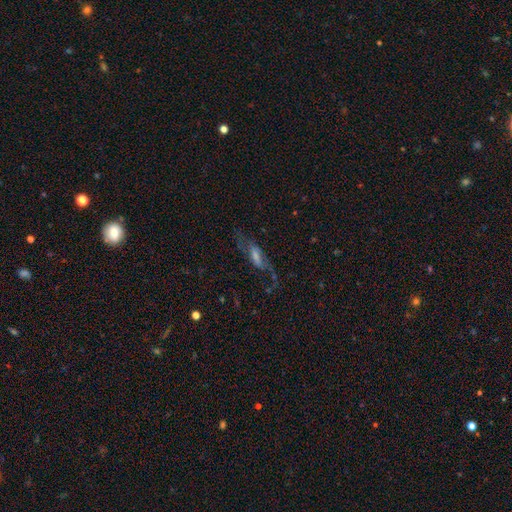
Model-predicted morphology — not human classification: Overall: featured or disk (68%). Edge-on disk: no (76%). Bar: weak (43%; strong 30%). Spiral arms: yes (80%). Bulge size: small (36%; moderate 35%). Merging: none (61%).